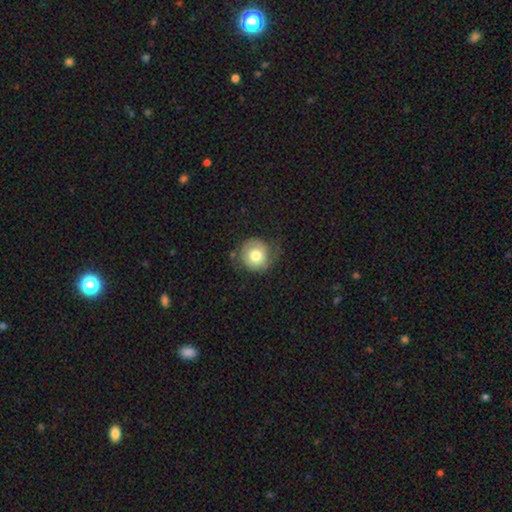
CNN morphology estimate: Smooth or featured: smooth — 68% (featured or disk — 24%)
How rounded: round — 87% (in between — 12%)
Merging: none — 57% (minor disturbance — 27%)